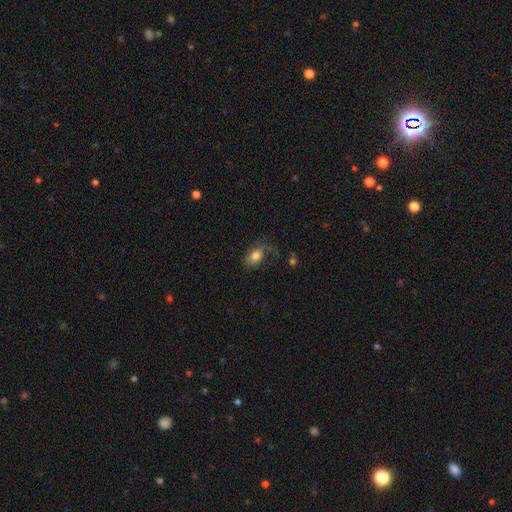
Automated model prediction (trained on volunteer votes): Smooth or featured: smooth — 77% (featured or disk — 15%)
How rounded: in between — 80% (round — 18%)
Merging: none — 49% (minor disturbance — 24%)